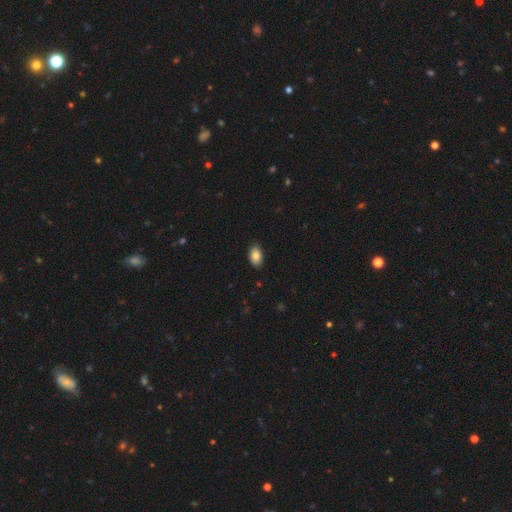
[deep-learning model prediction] This is clearly a smooth galaxy (84%). How rounded: clearly in between (90%). Merging: clearly none (88%).